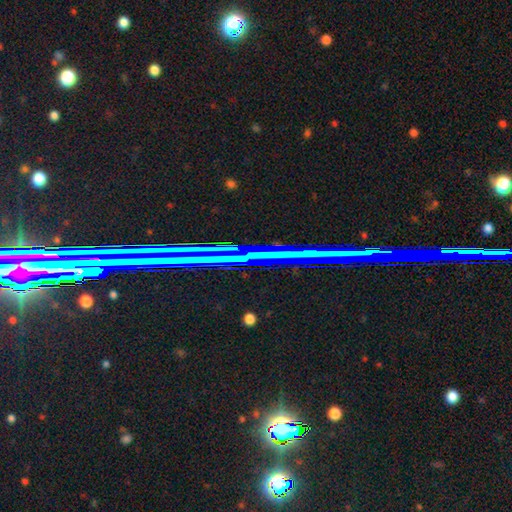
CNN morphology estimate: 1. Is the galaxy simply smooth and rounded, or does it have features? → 74% star or artifact, 16% featured or disk, 10% smooth.